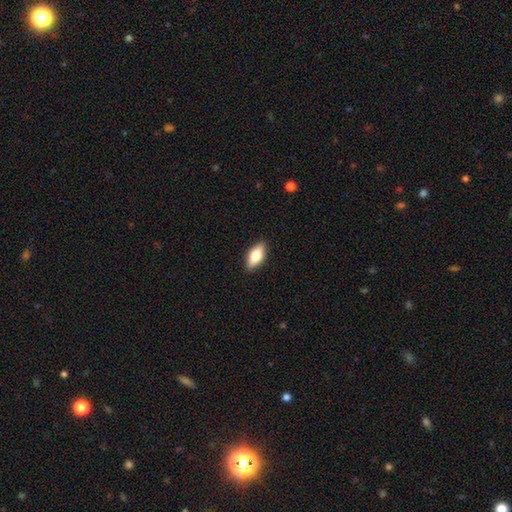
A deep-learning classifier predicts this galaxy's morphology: This is likely a smooth galaxy (70%). How rounded: clearly in between (84%). Merging: clearly none (89%).